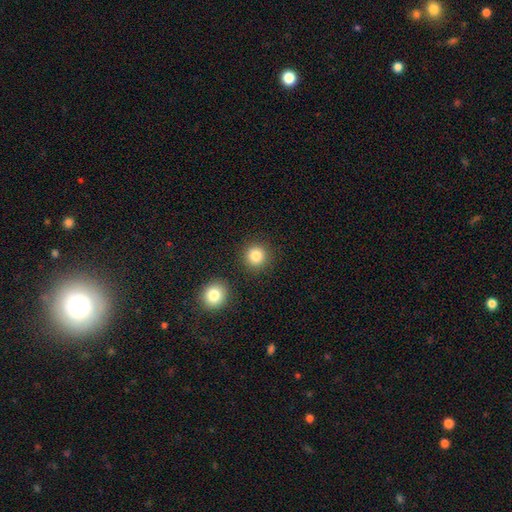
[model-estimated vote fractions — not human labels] smooth_or_featured: smooth (p=0.84) [alt: star or artifact p=0.11]
how_rounded: round (p=0.93) [alt: in between p=0.06]
merging: none (p=0.87) [alt: minor disturbance p=0.06]